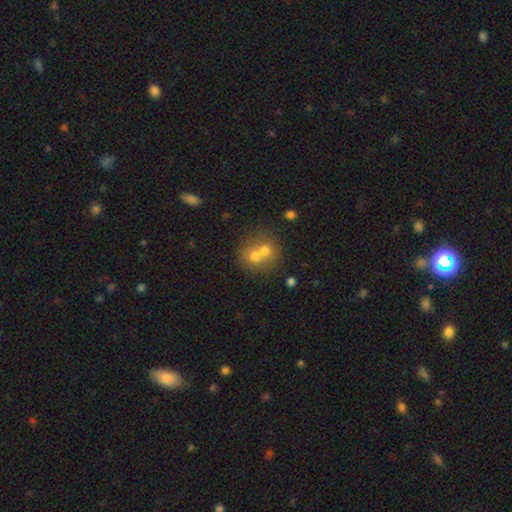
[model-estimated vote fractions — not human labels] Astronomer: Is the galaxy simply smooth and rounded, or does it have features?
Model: smooth — 64%.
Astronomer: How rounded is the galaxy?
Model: round — 78%.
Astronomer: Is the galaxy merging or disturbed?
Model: merger — 62%.